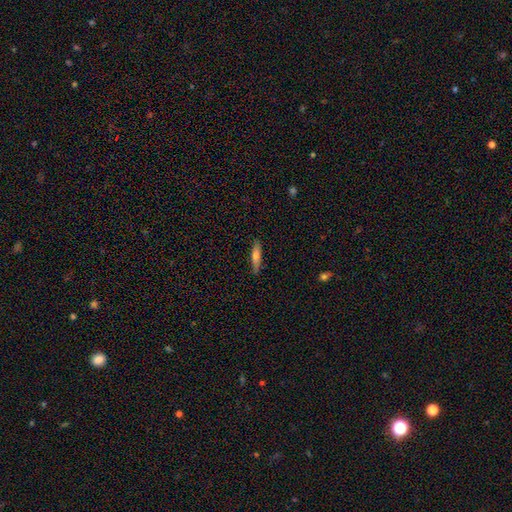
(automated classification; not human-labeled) A smooth galaxy with no disk features (65%) that is cigar-shaped (81%). Merging: none (87%).